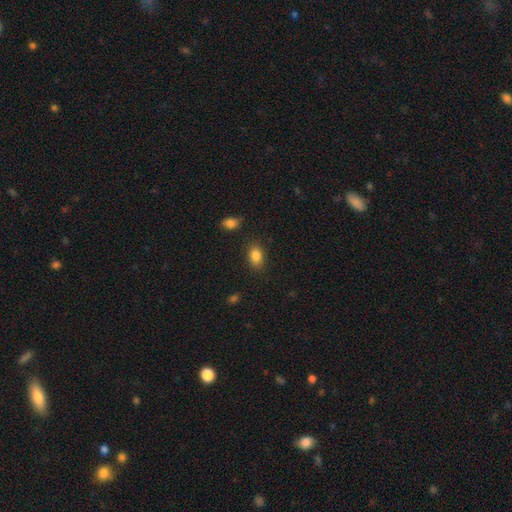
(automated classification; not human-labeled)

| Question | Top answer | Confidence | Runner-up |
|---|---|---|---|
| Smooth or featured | smooth | 86% | star or artifact (9%) |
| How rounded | in between | 83% | round (15%) |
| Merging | none | 84% | minor disturbance (11%) |